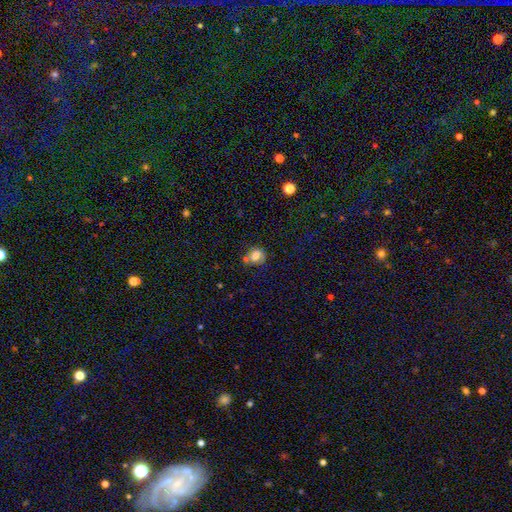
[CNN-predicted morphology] smooth 74%, featured or disk 14%, star or artifact 11%. Down the decision tree: how rounded — round (61%); merging — none (51%).